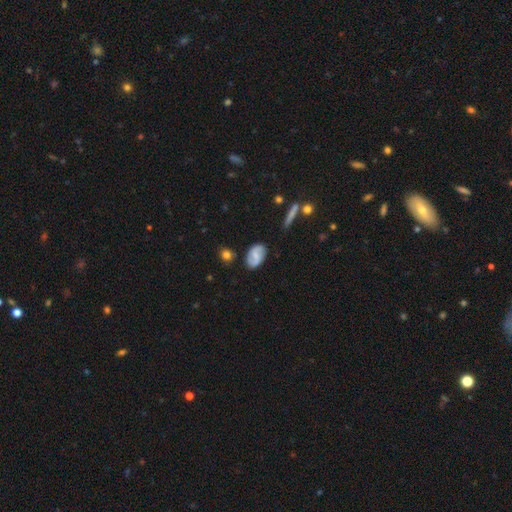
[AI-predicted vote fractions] Morphology: type=featured or disk (55%); edge-on=no (95%); bar=weak (46%); spiral arms=yes (84%); bulge=small (47%); merging=none (80%).